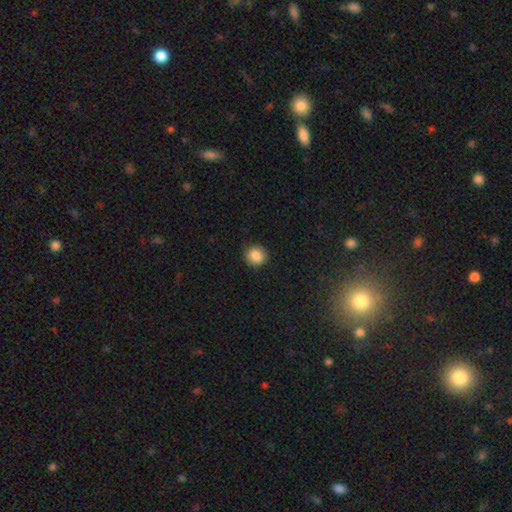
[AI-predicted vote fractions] smooth_or_featured: smooth (p=0.86) [alt: star or artifact p=0.09]
how_rounded: round (p=0.91) [alt: in between p=0.08]
merging: none (p=0.89) [alt: minor disturbance p=0.08]